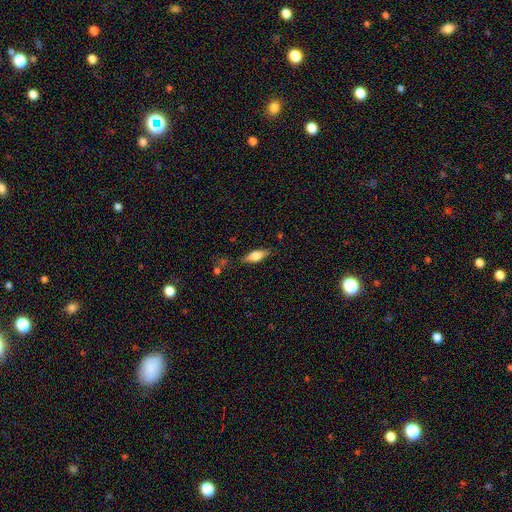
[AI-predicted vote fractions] Smooth or featured? Predicted: smooth (p=0.60). How rounded? Predicted: in between (p=0.69). Merging? Predicted: none (p=0.78).